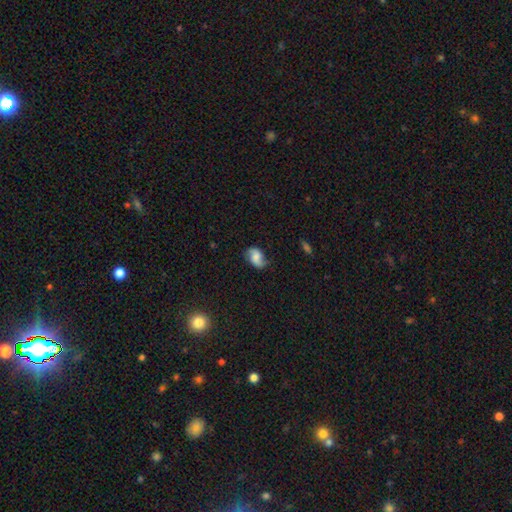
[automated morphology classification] Smooth or featured? smooth (49%)
Merging? none (67%)